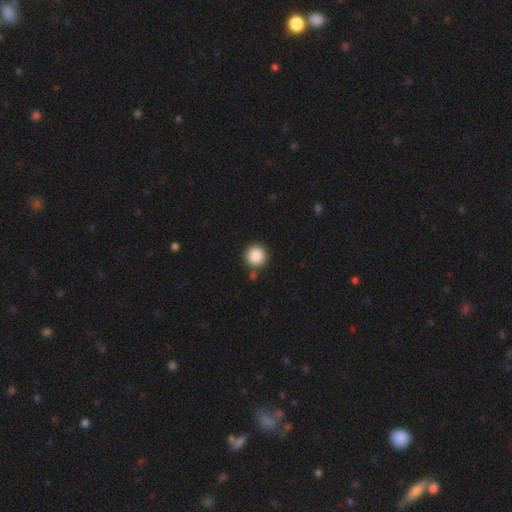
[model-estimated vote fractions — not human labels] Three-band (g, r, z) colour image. It shows a smooth galaxy with no disk features (88%) that is round (95%). Merging: none (82%).